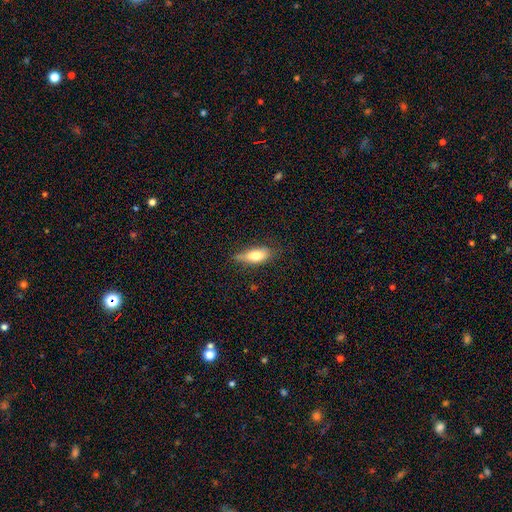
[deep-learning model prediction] smooth_or_featured: smooth (p=0.72) [alt: featured or disk p=0.21]
how_rounded: in between (p=0.72) [alt: cigar-shaped p=0.25]
merging: none (p=0.57) [alt: minor disturbance p=0.32]